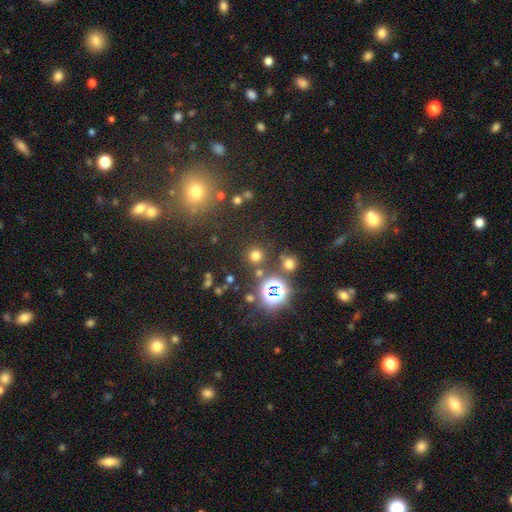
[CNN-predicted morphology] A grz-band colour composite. It shows a smooth galaxy with no disk features (65%) that is round (93%). Merging: none (84%).